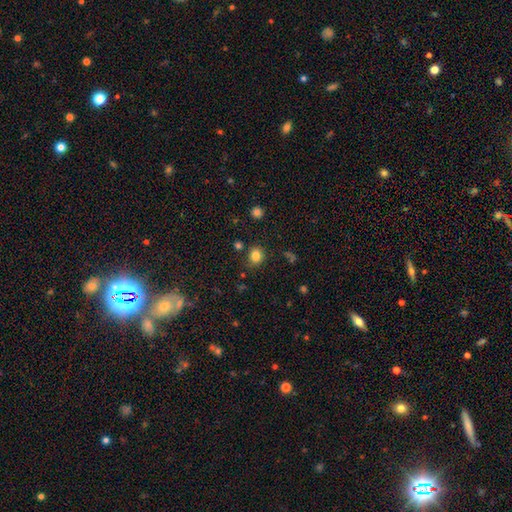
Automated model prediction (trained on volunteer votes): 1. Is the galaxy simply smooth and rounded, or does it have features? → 82% smooth, 13% star or artifact, 5% featured or disk.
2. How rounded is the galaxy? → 71% round, 28% in between, 1% cigar-shaped.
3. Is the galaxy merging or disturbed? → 82% none, 11% minor disturbance, 4% merger, 3% major disturbance.